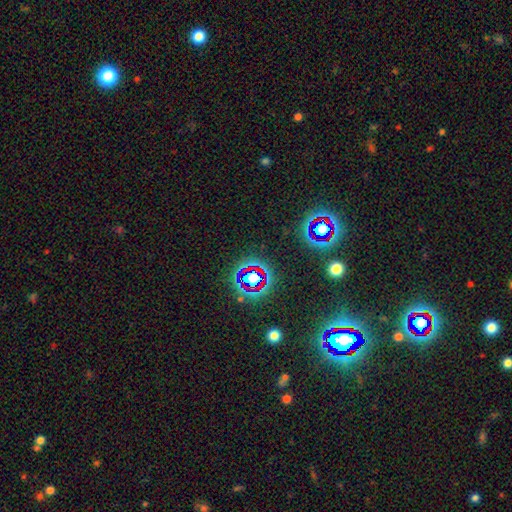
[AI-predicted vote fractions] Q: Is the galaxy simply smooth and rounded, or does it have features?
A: star or artifact — 76%.